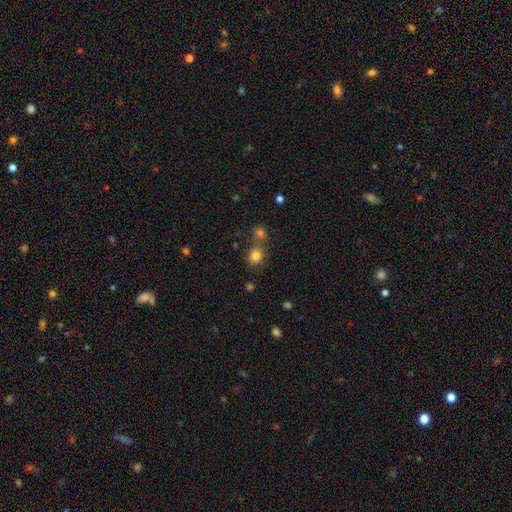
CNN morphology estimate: type=smooth (81%); roundness=round (72%); merging=none (61%).